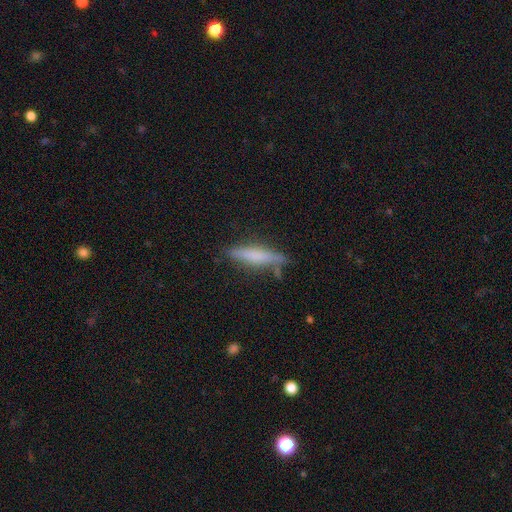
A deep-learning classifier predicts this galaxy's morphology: Smooth or featured? Predicted: smooth (p=0.56). How rounded? Predicted: cigar-shaped (p=0.87). Merging? Predicted: none (p=0.76).